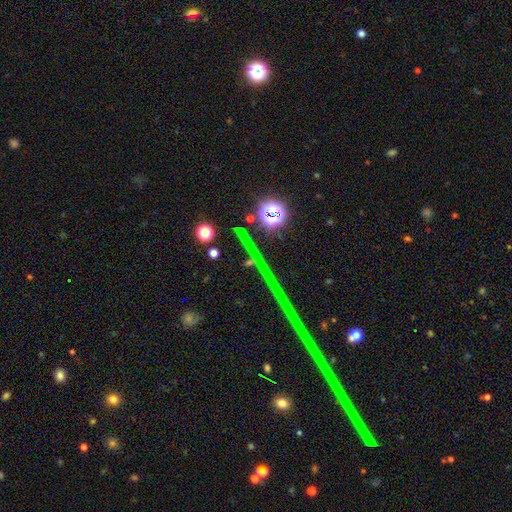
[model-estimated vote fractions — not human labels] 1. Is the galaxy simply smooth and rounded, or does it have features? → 81% star or artifact, 9% featured or disk, 9% smooth.